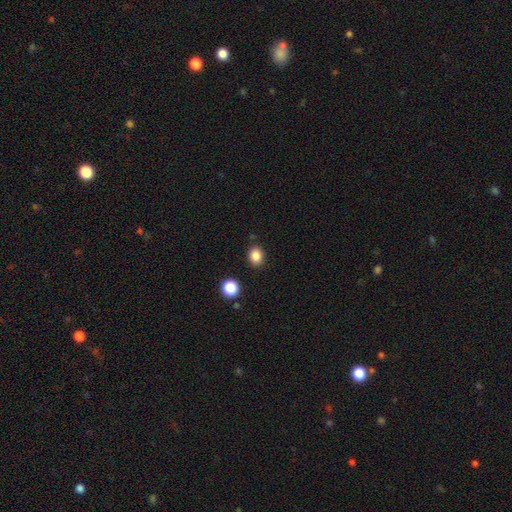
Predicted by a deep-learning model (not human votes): Overall: smooth (85%). How rounded: round (59%; in between 40%). Merging: none (87%).